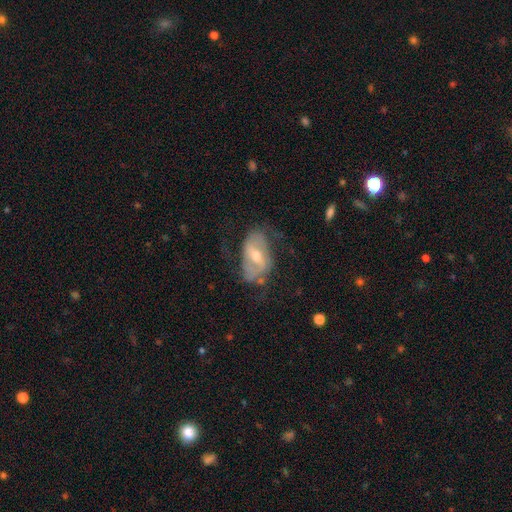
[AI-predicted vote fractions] This is likely a featured or disk galaxy (69%). It is clearly not viewed edge-on (94%). Bar: possibly weak (48%). Spiral arm pattern: likely yes (77%). Central bulge: likely moderate (64%). Merging: possibly none (53%).